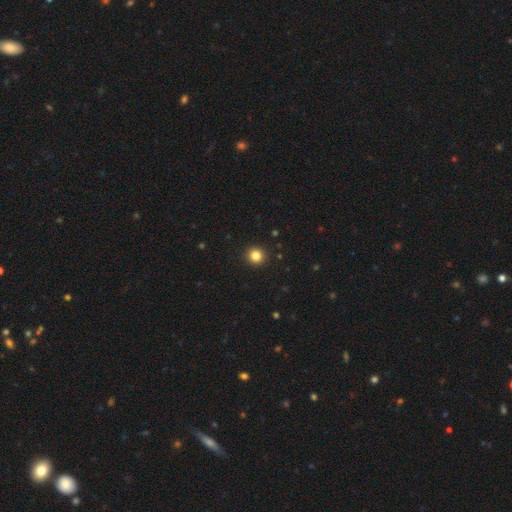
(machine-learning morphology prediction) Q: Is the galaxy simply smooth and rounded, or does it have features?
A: smooth — 84%.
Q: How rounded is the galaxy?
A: round — 94%.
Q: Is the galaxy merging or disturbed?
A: none — 93%.